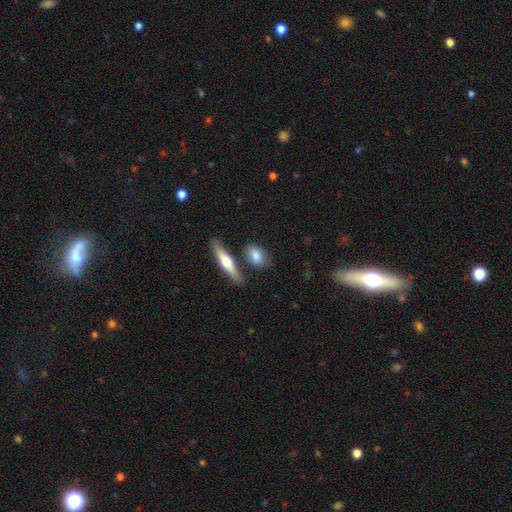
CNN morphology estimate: smooth 72%, featured or disk 22%, star or artifact 6%. Down the decision tree: how rounded — in between (68%); merging — none (70%).